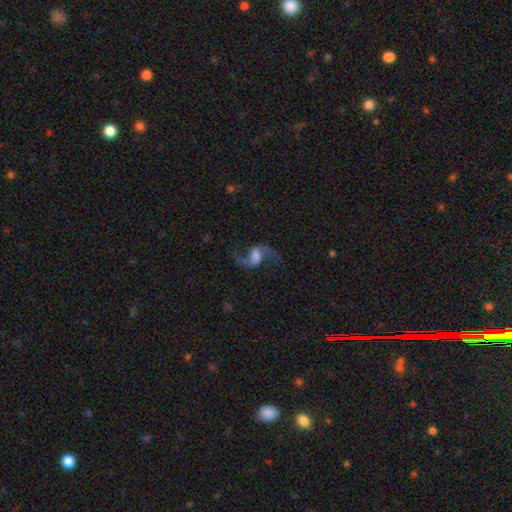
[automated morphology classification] smooth-or-featured: featured or disk: 84% | smooth: 8% | star or artifact: 7%
  disk-edge-on: no: 97% | yes: 3%
    bar: weak: 49% | no: 27% | strong: 24%
    has-spiral-arms: yes: 96% | no: 4%
      spiral-winding: loose: 81% | medium: 16% | tight: 3%
      spiral-arm-count: 2: 93% | 1: 2% | can't tell: 2% | 3: 1% | 4: 1% | more than 4: 1%
    bulge-size: none: 28% | moderate: 25% | large: 25% | small: 17% | dominant: 4%
  merging: none: 75% | minor disturbance: 12% | major disturbance: 10% | merger: 2%